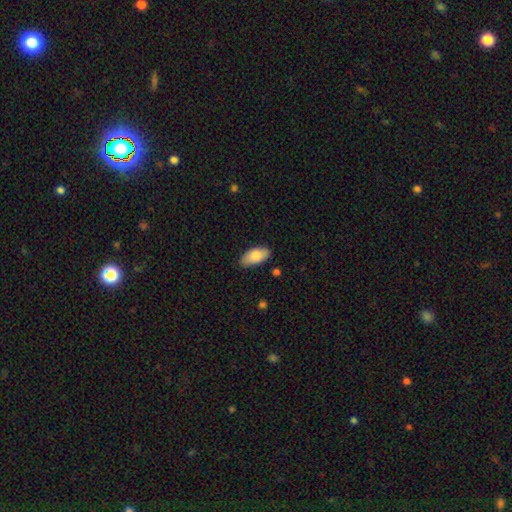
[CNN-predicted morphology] smooth_or_featured: smooth (p=0.85) [alt: featured or disk p=0.09]
how_rounded: in between (p=0.93) [alt: cigar-shaped p=0.05]
merging: none (p=0.83) [alt: minor disturbance p=0.13]